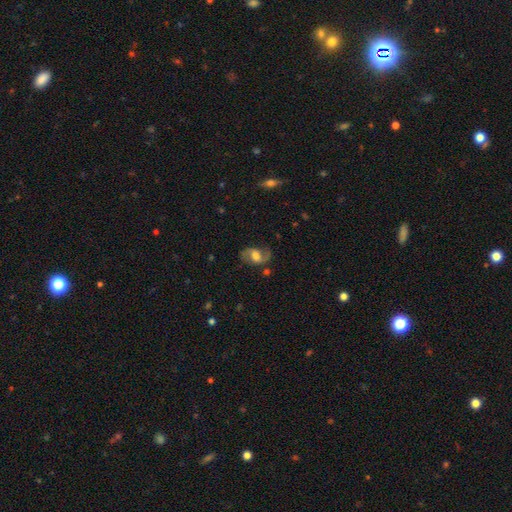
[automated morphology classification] smooth-or-featured: featured or disk: 74% | smooth: 18% | star or artifact: 8%
  disk-edge-on: no: 97% | yes: 3%
    bar: weak: 44% | no: 42% | strong: 14%
    has-spiral-arms: yes: 92% | no: 8%
      spiral-winding: loose: 47% | medium: 43% | tight: 10%
      spiral-arm-count: 2: 89% | 1: 4% | can't tell: 4% | 3: 1% | 4: 1% | more than 4: 1%
    bulge-size: moderate: 49% | large: 29% | small: 14% | none: 5% | dominant: 3%
  merging: none: 73% | minor disturbance: 17% | major disturbance: 8% | merger: 2%